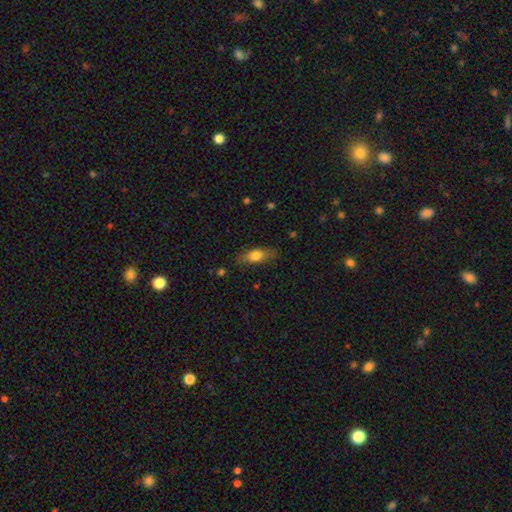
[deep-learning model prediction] smooth-or-featured: smooth: 72% | featured or disk: 21% | star or artifact: 7%
  how-rounded: in between: 71% | cigar-shaped: 25% | round: 4%
  merging: none: 81% | minor disturbance: 14% | major disturbance: 4% | merger: 1%